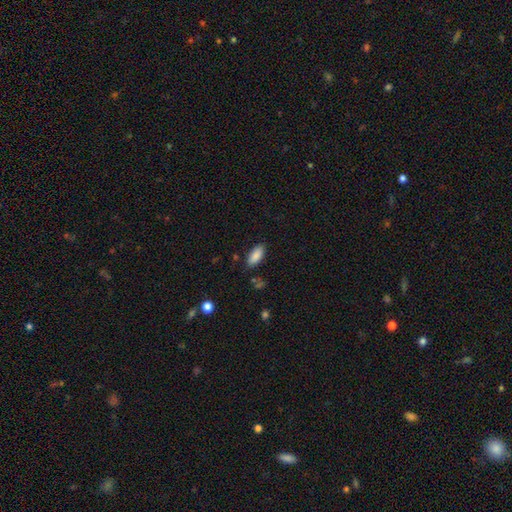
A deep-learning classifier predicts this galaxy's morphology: A smooth galaxy with no disk features (88%) that is in between round and cigar-shaped (85%).

Vote fractions:
- Smooth or featured? smooth: 88% / star or artifact: 7% / featured or disk: 6%
- How rounded? in between: 85% / cigar-shaped: 13% / round: 2%
- Merging? none: 84% / minor disturbance: 12% / major disturbance: 3% / merger: 2%